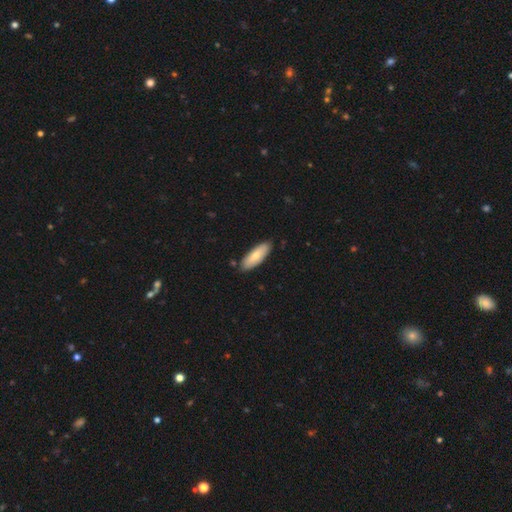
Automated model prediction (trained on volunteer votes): The model was most divided on "how rounded": in between: 64%, cigar-shaped: 34%, round: 2%. More confident: merging — none (86%); smooth or featured — smooth (71%).